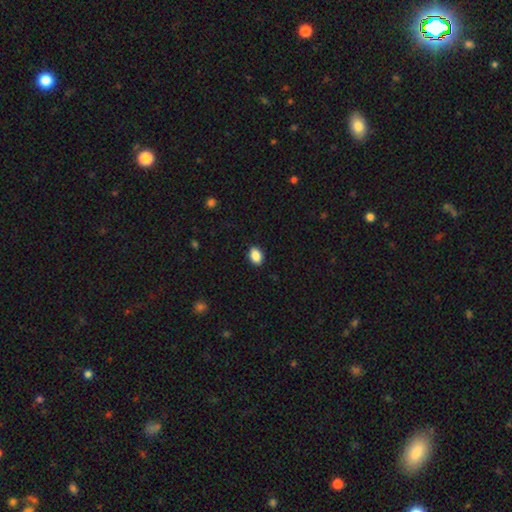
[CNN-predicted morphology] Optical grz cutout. It shows a smooth galaxy with no disk features (89%) that is in between round and cigar-shaped (80%). Merging: none (89%).